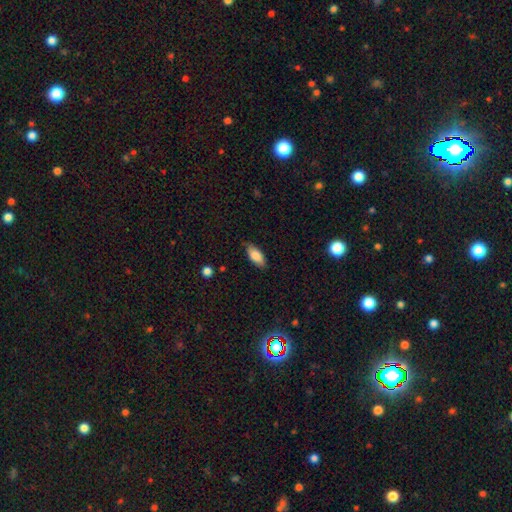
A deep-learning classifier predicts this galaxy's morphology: type=smooth (83%); roundness=in between (86%); merging=none (82%).